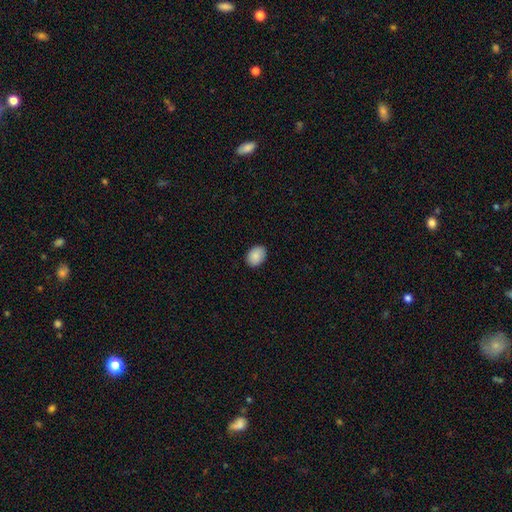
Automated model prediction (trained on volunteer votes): Overall: smooth (89%). How rounded: in between (73%). Merging: none (88%).